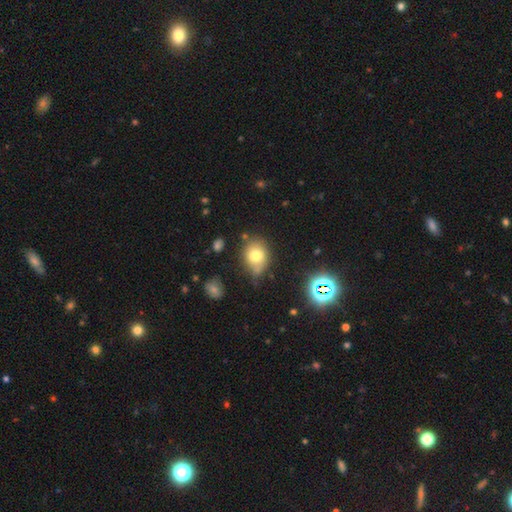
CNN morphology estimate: smooth 72%, featured or disk 15%, star or artifact 13%. Down the decision tree: how rounded — in between (55%); merging — none (58%).